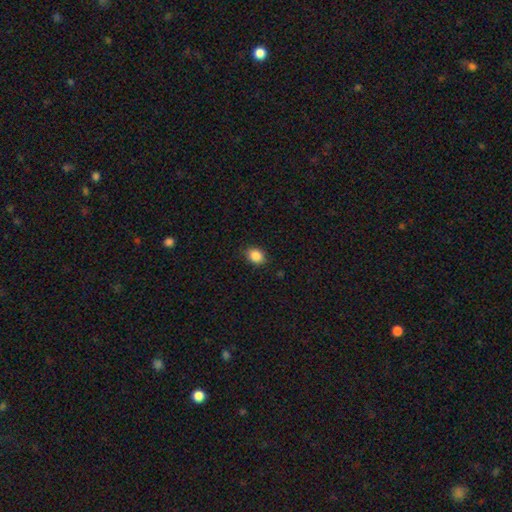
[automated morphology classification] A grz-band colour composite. It shows a smooth galaxy with no disk features (87%) that is in between round and cigar-shaped (58%). Merging: none (86%).